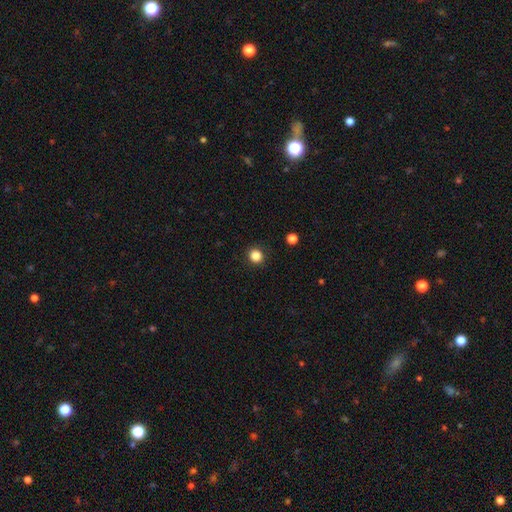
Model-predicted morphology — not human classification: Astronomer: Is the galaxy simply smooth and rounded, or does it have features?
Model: smooth — 85%.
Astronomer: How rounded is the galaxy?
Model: round — 90%.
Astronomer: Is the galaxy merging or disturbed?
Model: none — 91%.